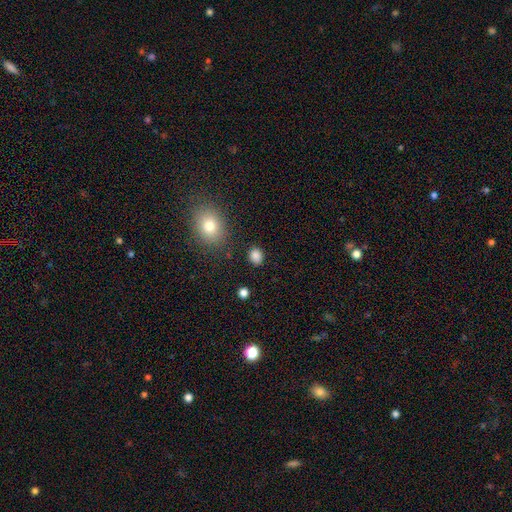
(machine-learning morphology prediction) Overall: smooth (85%). How rounded: round (52%; in between 46%). Merging: none (86%).